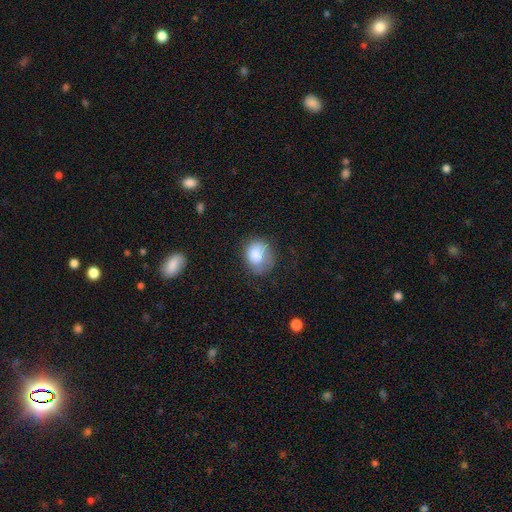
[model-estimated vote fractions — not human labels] smooth 79%, featured or disk 12%, star or artifact 8%. Down the decision tree: how rounded — round (57%); merging — none (49%).